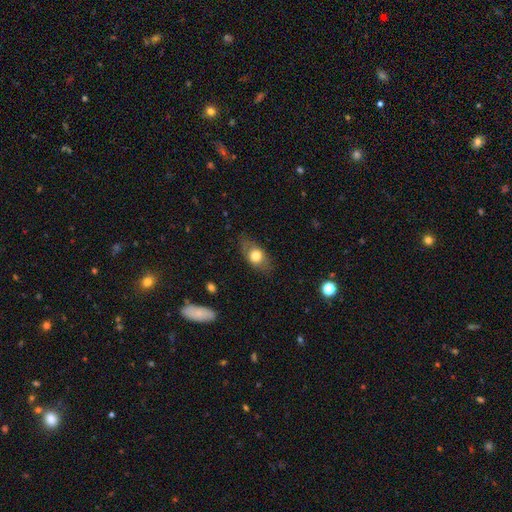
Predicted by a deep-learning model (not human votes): The model was most divided on "smooth or featured": smooth: 66%, featured or disk: 26%, star or artifact: 8%. More confident: how rounded — in between (76%); merging — none (75%).